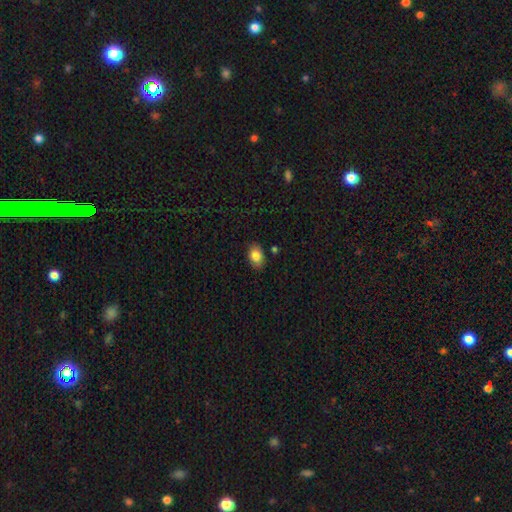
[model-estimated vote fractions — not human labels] A smooth galaxy with no disk features (84%) that is in between round and cigar-shaped (81%). Merging: none (85%).